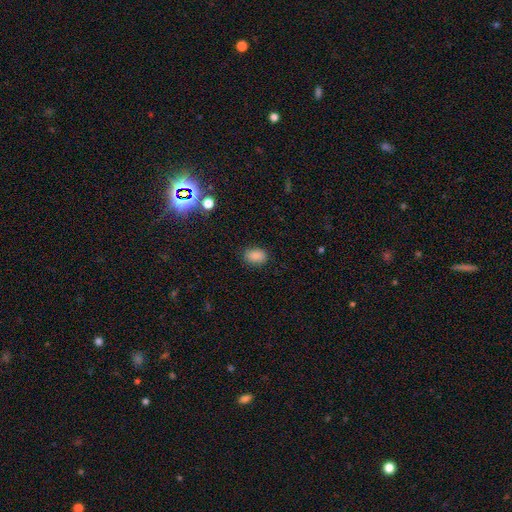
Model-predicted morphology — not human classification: smooth-or-featured: smooth: 86% | star or artifact: 10% | featured or disk: 4%
  how-rounded: in between: 76% | round: 23% | cigar-shaped: 1%
  merging: none: 85% | minor disturbance: 11% | major disturbance: 3% | merger: 1%